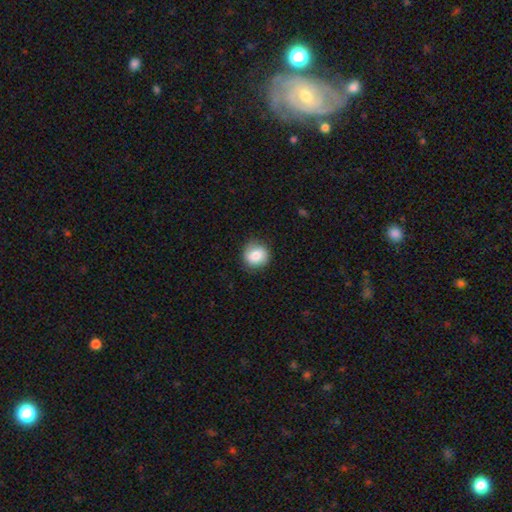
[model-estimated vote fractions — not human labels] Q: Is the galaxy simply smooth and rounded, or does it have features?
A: smooth — 82%.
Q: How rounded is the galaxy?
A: round — 88%.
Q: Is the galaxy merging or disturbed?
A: none — 84%.